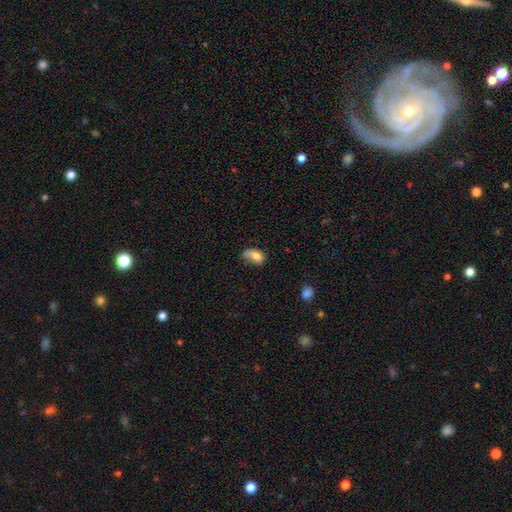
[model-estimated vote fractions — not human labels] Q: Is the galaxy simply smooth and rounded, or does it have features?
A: smooth — 78%.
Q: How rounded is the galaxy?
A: in between — 88%.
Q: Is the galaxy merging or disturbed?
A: minor disturbance — 36%.